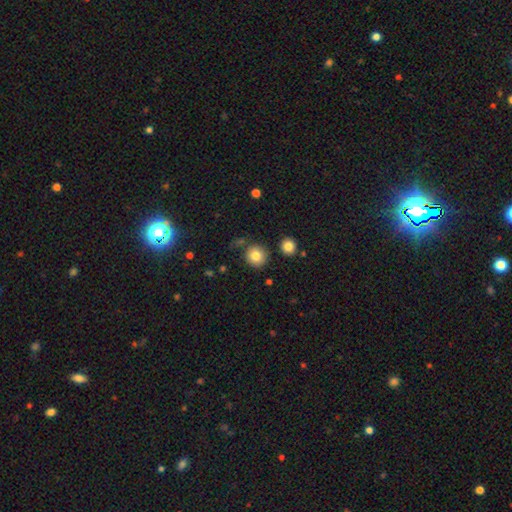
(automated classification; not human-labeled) smooth 82%, star or artifact 10%, featured or disk 8%. Down the decision tree: how rounded — round (92%); merging — none (83%).